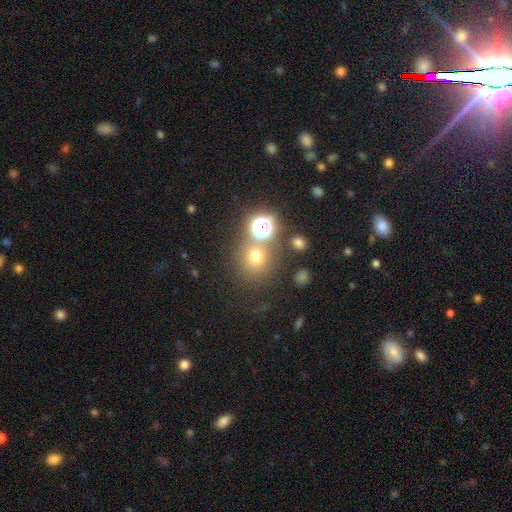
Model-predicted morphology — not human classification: smooth 65%, star or artifact 26%, featured or disk 9%. Down the decision tree: how rounded — round (90%); merging — none (71%).